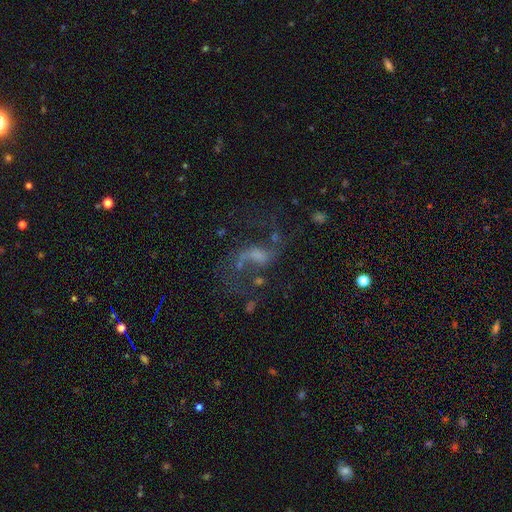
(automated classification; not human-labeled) Morphology: type=featured or disk (73%); edge-on=no (97%); bar=weak (45%); spiral arms=yes (82%); winding=loose (79%); arm count=2 (80%); bulge=small (35%); merging=none (50%).